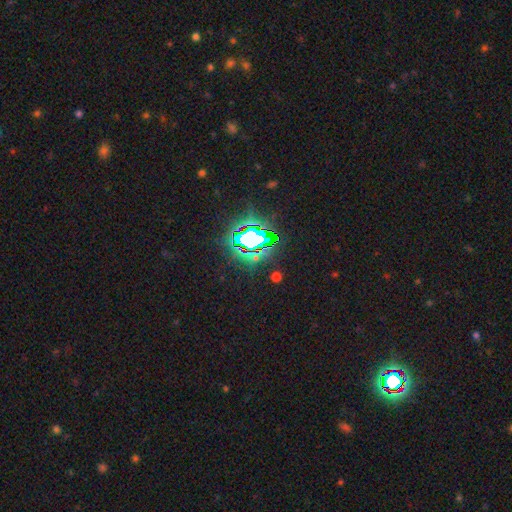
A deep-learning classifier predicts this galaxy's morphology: Smooth or featured?
  - star or artifact: 77% *
  - smooth: 14%
  - featured or disk: 9%